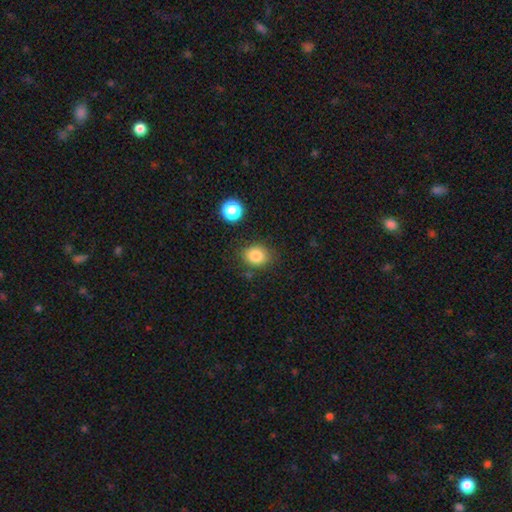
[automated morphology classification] smooth-or-featured: smooth: 83% | star or artifact: 11% | featured or disk: 6%
  how-rounded: round: 63% | in between: 36% | cigar-shaped: 1%
  merging: none: 80% | minor disturbance: 12% | major disturbance: 4% | merger: 4%